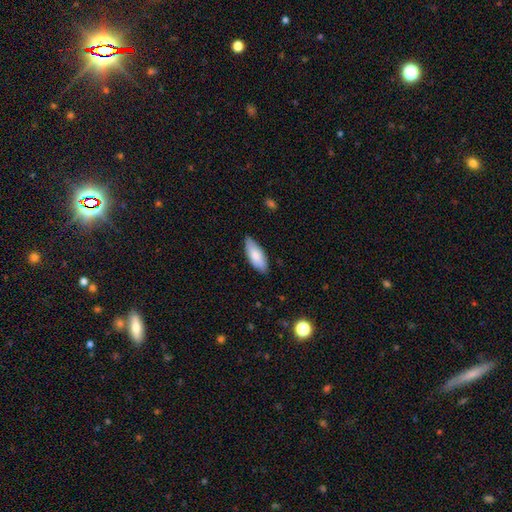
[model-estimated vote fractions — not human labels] Smooth or featured: smooth — 81% (featured or disk — 14%)
How rounded: in between — 77% (cigar-shaped — 22%)
Merging: none — 83% (minor disturbance — 14%)